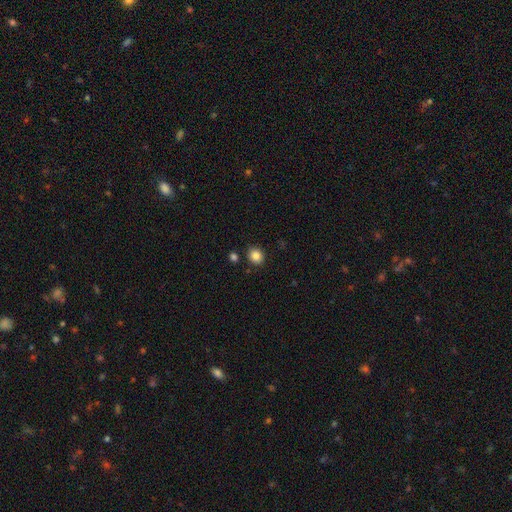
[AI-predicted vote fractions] Smooth or featured? smooth (85%)
How rounded? round (72%)
Merging? none (85%)